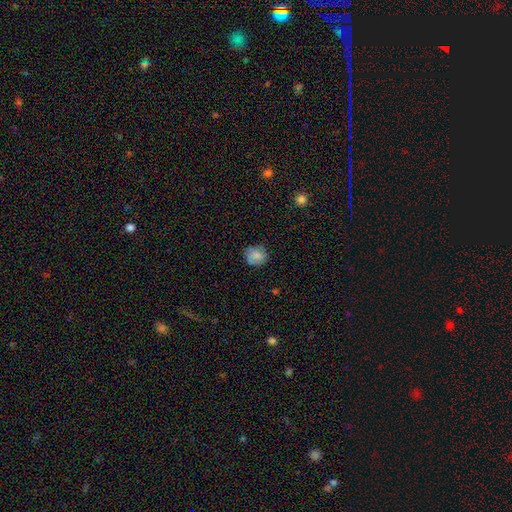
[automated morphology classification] smooth-or-featured: smooth: 78% | featured or disk: 13% | star or artifact: 9%
  how-rounded: round: 75% | in between: 24% | cigar-shaped: 1%
  merging: none: 70% | minor disturbance: 23% | major disturbance: 6% | merger: 1%